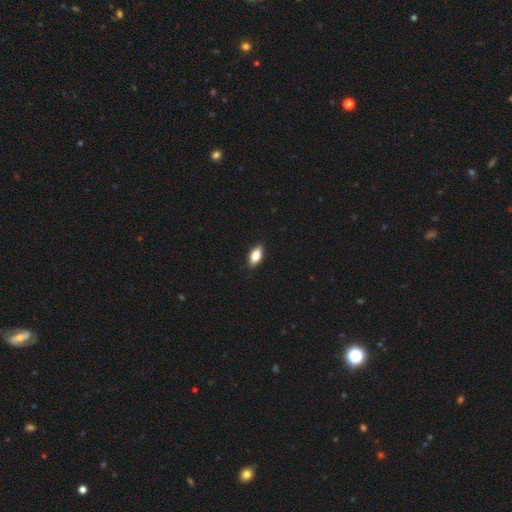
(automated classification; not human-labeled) Smooth or featured: smooth — 76% (featured or disk — 17%)
How rounded: in between — 85% (cigar-shaped — 11%)
Merging: none — 88% (minor disturbance — 9%)